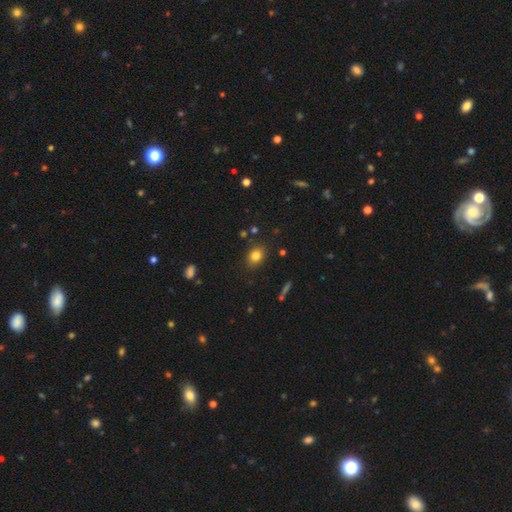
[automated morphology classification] smooth-or-featured: smooth: 81% | star or artifact: 12% | featured or disk: 7%
  how-rounded: in between: 50% | round: 49% | cigar-shaped: 1%
  merging: none: 85% | minor disturbance: 10% | major disturbance: 3% | merger: 2%